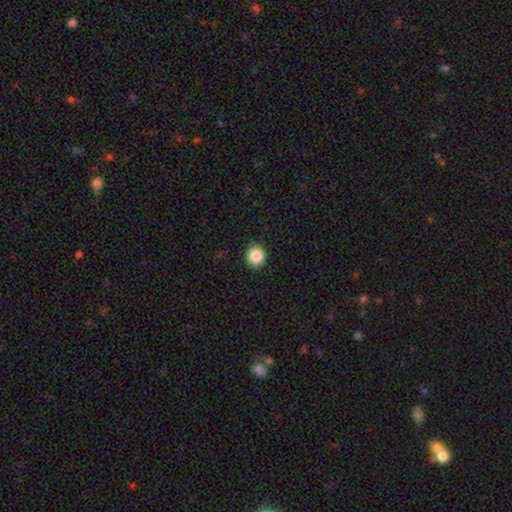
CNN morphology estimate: Smooth or featured: smooth — 86% (star or artifact — 9%)
How rounded: round — 89% (in between — 10%)
Merging: none — 92% (minor disturbance — 5%)